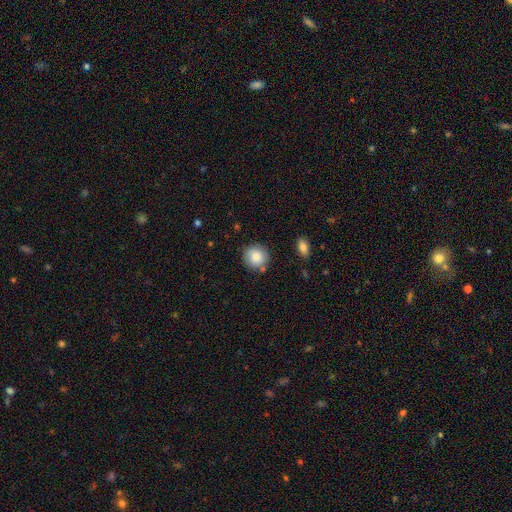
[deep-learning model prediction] Q: Smooth or featured?
A: smooth (84%); runner-up: star or artifact (8%)
Q: How rounded?
A: round (90%); runner-up: in between (9%)
Q: Merging?
A: none (81%); runner-up: minor disturbance (12%)